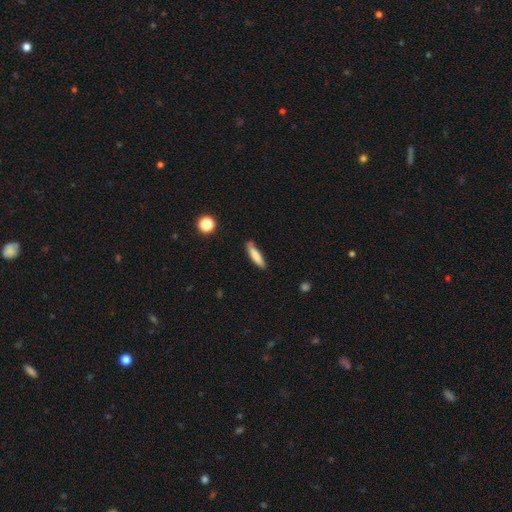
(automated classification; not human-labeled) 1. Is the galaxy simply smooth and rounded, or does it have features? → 80% smooth, 13% featured or disk, 7% star or artifact.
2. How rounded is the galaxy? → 77% cigar-shaped, 21% in between, 2% round.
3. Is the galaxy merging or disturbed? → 74% none, 19% minor disturbance, 3% major disturbance, 3% merger.